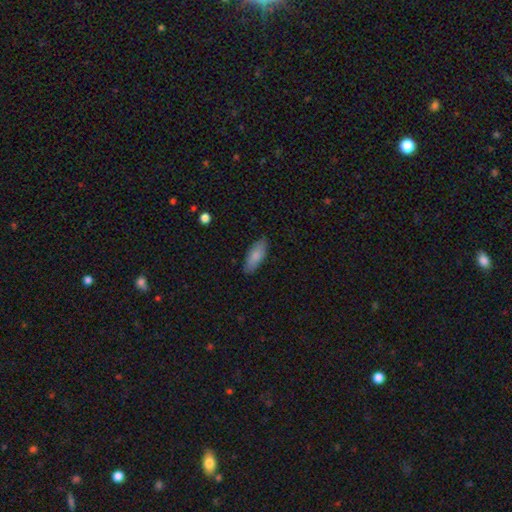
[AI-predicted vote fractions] Overall: smooth (84%). How rounded: in between (74%). Merging: none (85%).